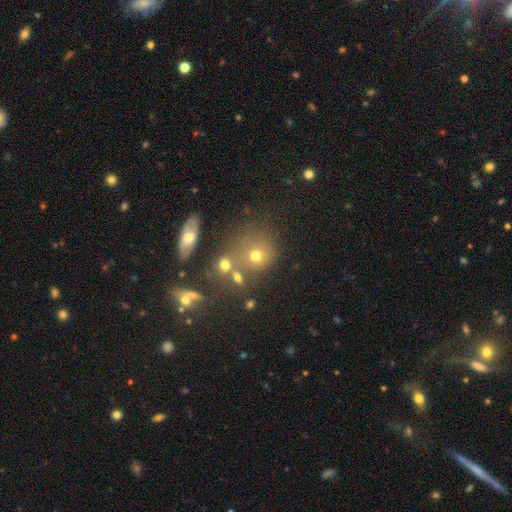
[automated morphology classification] Smooth or featured? Predicted: smooth (p=0.67). How rounded? Predicted: round (p=0.76). Merging? Predicted: none (p=0.54).